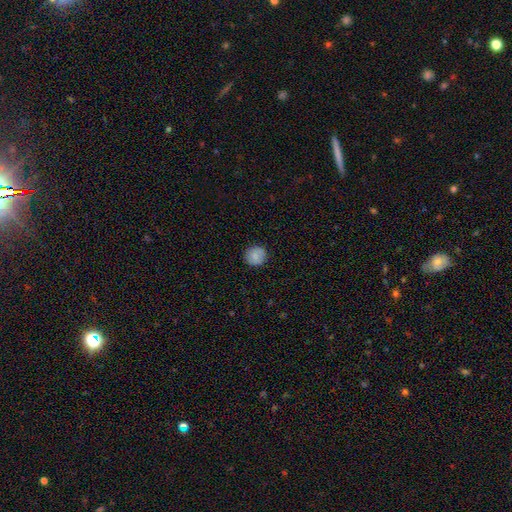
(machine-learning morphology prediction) smooth_or_featured: smooth (p=0.82) [alt: featured or disk p=0.10]
how_rounded: round (p=0.92) [alt: in between p=0.07]
merging: none (p=0.89) [alt: minor disturbance p=0.08]